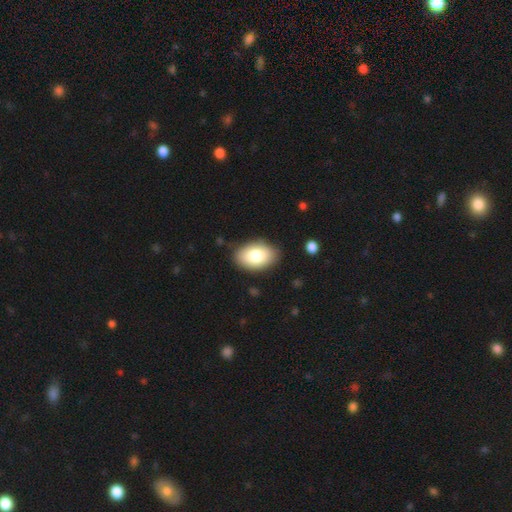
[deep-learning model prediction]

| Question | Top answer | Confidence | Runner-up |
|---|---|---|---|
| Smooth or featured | smooth | 82% | featured or disk (11%) |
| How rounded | in between | 91% | round (8%) |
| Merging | none | 85% | minor disturbance (11%) |